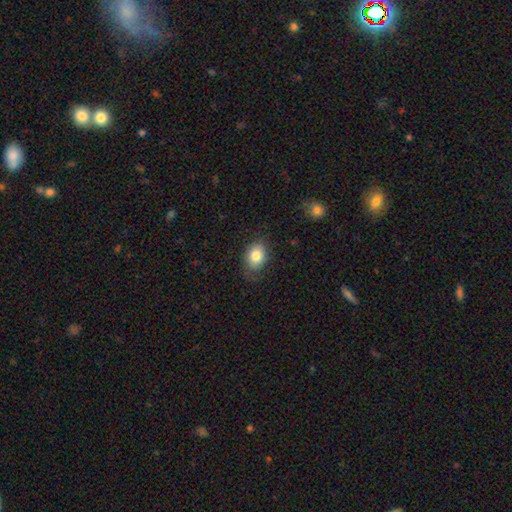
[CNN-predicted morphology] Smooth or featured: smooth — 81% (featured or disk — 10%)
How rounded: in between — 66% (round — 33%)
Merging: none — 71% (minor disturbance — 21%)